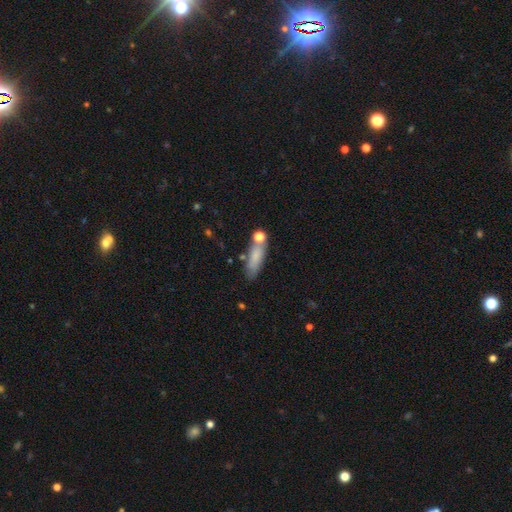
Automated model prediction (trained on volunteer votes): This appears to be a smooth galaxy with no disk features (78%) that is cigar-shaped (49%). Merging: none (64%).